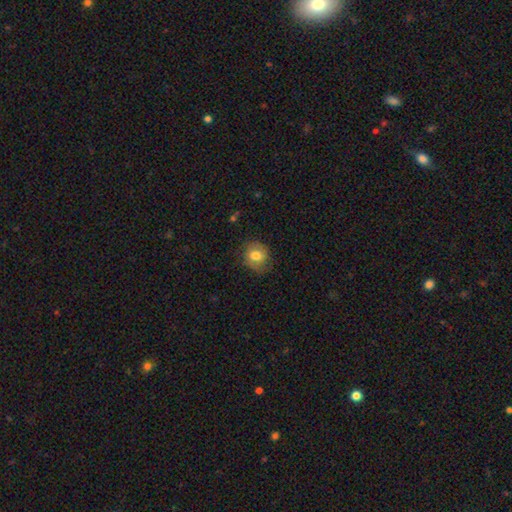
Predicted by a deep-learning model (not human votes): Morphology: type=smooth (72%); roundness=round (71%); merging=none (75%).